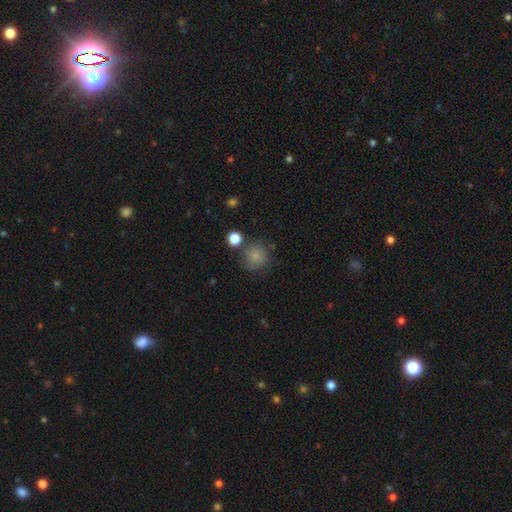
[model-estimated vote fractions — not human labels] Overall: smooth (83%). How rounded: round (90%). Merging: none (74%).